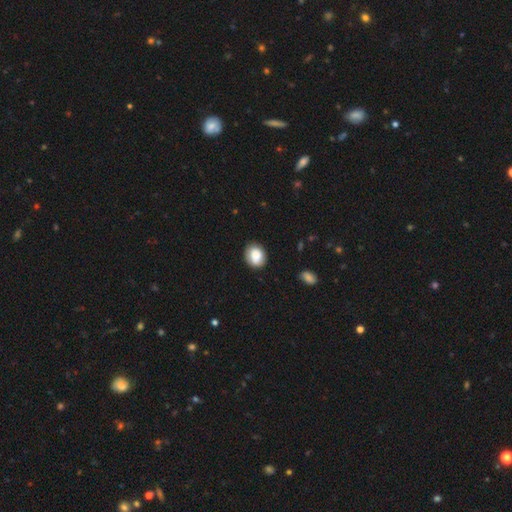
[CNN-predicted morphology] Smooth or featured?
  - smooth: 84% *
  - featured or disk: 9%
  - star or artifact: 8%
How rounded?
  - in between: 53% *
  - round: 46%
  - cigar-shaped: 1%
Merging?
  - none: 79% *
  - minor disturbance: 16%
  - major disturbance: 3%
  - merger: 2%